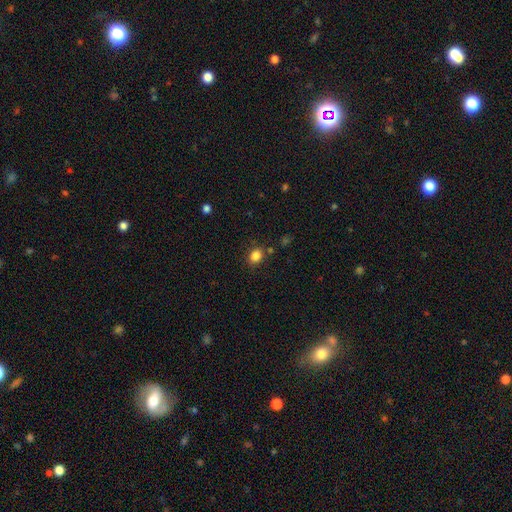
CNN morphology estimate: Smooth or featured? smooth (84%)
How rounded? in between (53%)
Merging? none (79%)